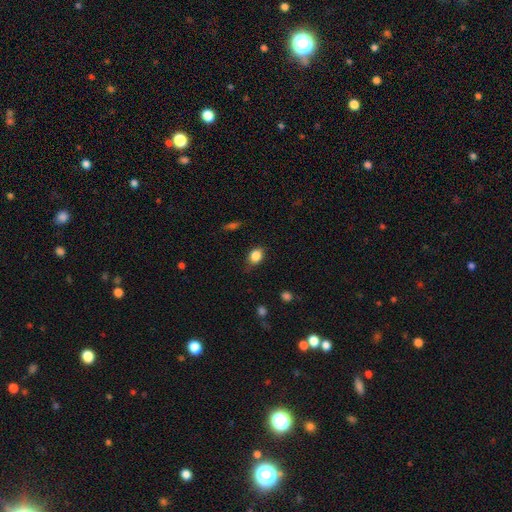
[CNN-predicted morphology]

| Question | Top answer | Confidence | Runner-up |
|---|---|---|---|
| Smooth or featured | smooth | 84% | star or artifact (9%) |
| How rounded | in between | 58% | round (40%) |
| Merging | none | 70% | minor disturbance (23%) |